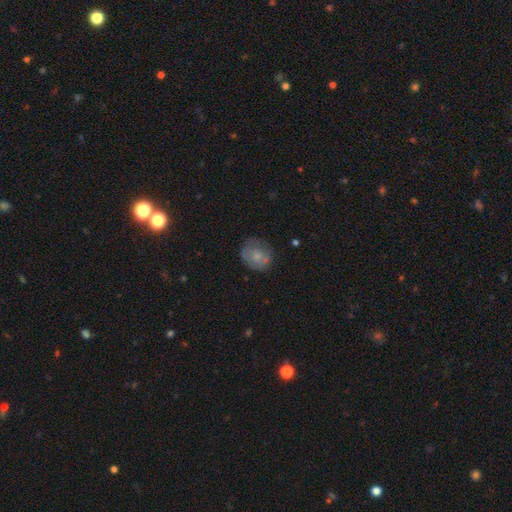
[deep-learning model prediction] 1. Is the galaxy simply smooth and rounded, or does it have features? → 66% smooth, 26% featured or disk, 8% star or artifact.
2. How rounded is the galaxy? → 75% round, 24% in between, 1% cigar-shaped.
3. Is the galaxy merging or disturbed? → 61% none, 25% minor disturbance, 10% major disturbance, 4% merger.